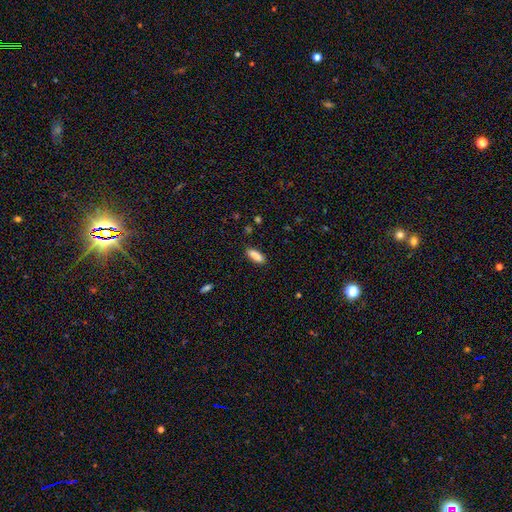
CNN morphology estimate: The model was most divided on "how rounded": in between: 66%, cigar-shaped: 32%, round: 2%. More confident: smooth or featured — smooth (88%); merging — none (87%).